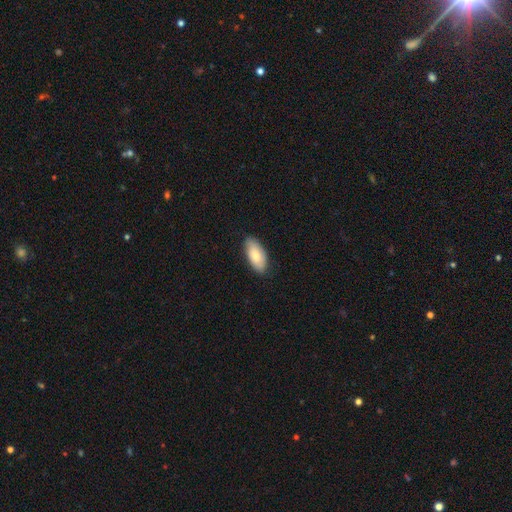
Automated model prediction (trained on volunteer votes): A smooth galaxy with no disk features (77%) that is in between round and cigar-shaped (92%). Merging: none (83%).